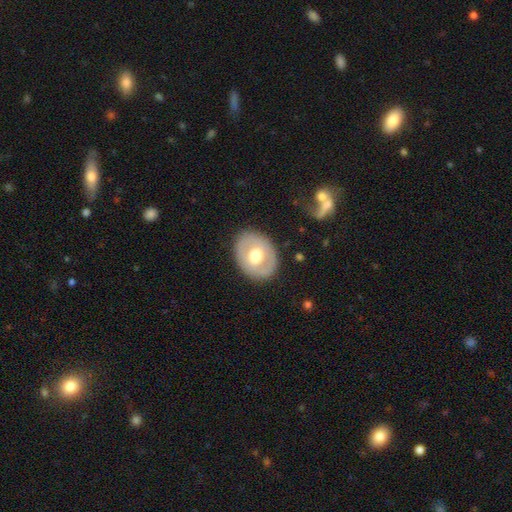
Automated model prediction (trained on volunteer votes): smooth-or-featured: smooth: 49% | featured or disk: 45% | star or artifact: 6%
  merging: none: 84% | minor disturbance: 11% | major disturbance: 4% | merger: 1%